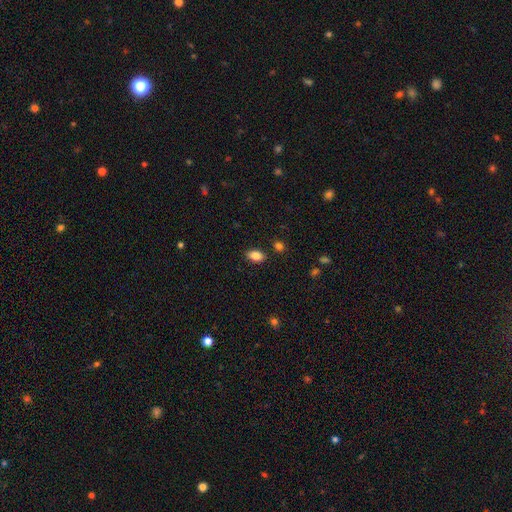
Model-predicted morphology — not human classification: Smooth or featured?
  - smooth: 86% *
  - star or artifact: 9%
  - featured or disk: 5%
How rounded?
  - in between: 89% *
  - round: 9%
  - cigar-shaped: 2%
Merging?
  - none: 85% *
  - minor disturbance: 10%
  - merger: 3%
  - major disturbance: 2%